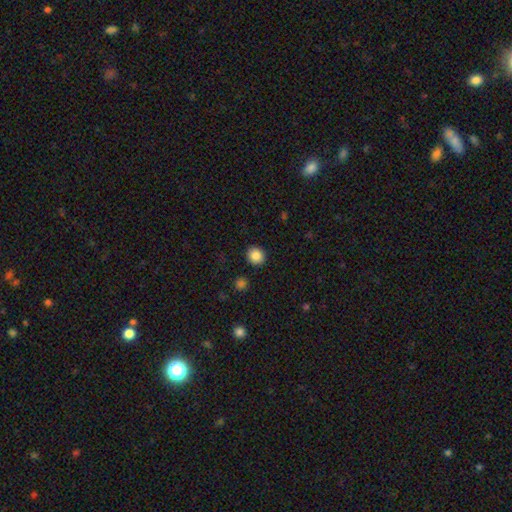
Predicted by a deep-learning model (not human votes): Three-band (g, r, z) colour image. It shows a smooth galaxy with no disk features (86%) that is round (88%). Merging: none (91%).